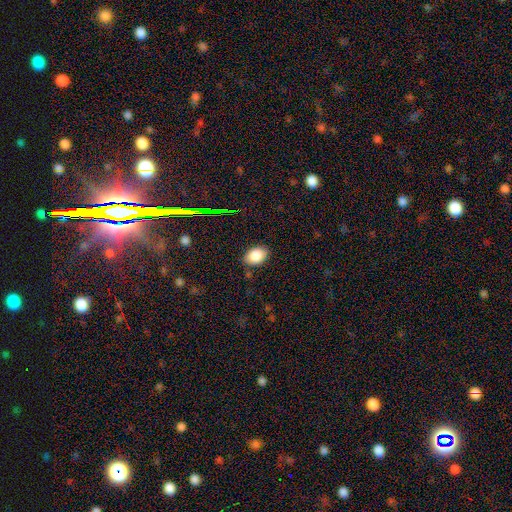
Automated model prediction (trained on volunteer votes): Q: Smooth or featured?
A: smooth (85%); runner-up: star or artifact (10%)
Q: How rounded?
A: in between (78%); runner-up: round (21%)
Q: Merging?
A: none (83%); runner-up: minor disturbance (12%)